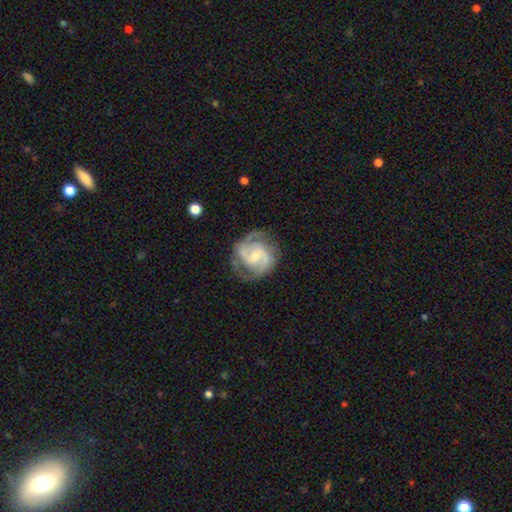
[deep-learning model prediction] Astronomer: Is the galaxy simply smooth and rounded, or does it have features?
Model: featured or disk — 89%.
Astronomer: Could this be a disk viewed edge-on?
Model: no — 98%.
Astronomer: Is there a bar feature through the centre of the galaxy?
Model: weak — 48% (runner-up: no, 39%).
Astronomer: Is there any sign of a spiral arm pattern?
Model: yes — 97%.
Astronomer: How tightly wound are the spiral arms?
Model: medium — 49% (runner-up: tight, 41%).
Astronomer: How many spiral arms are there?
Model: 2 — 76%.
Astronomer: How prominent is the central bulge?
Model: small — 49% (runner-up: moderate, 45%).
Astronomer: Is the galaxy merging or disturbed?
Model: none — 74%.